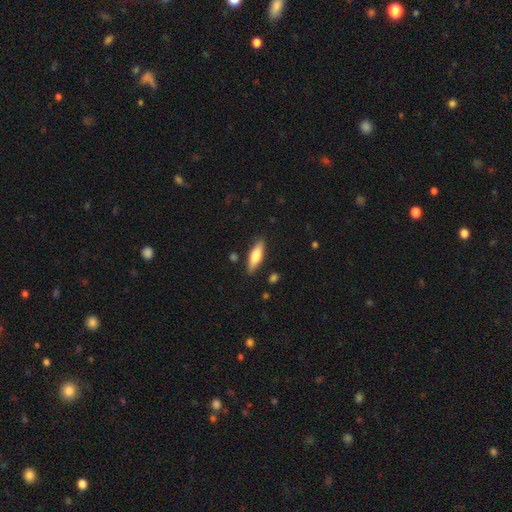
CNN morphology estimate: Smooth or featured: smooth — 68% (featured or disk — 26%)
How rounded: cigar-shaped — 51% (in between — 47%)
Merging: none — 86% (minor disturbance — 10%)